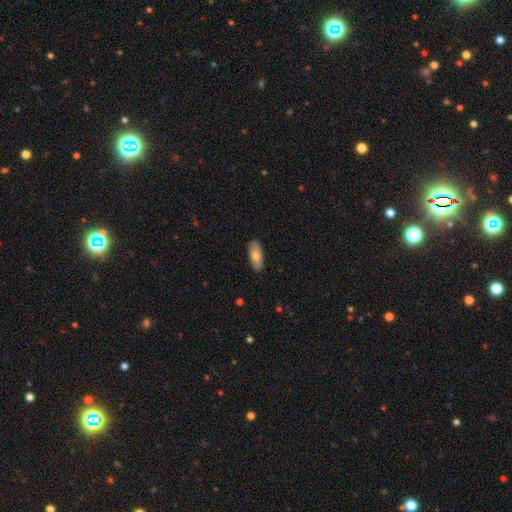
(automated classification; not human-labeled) Smooth or featured? Predicted: smooth (p=0.73). How rounded? Predicted: in between (p=0.82). Merging? Predicted: none (p=0.85).